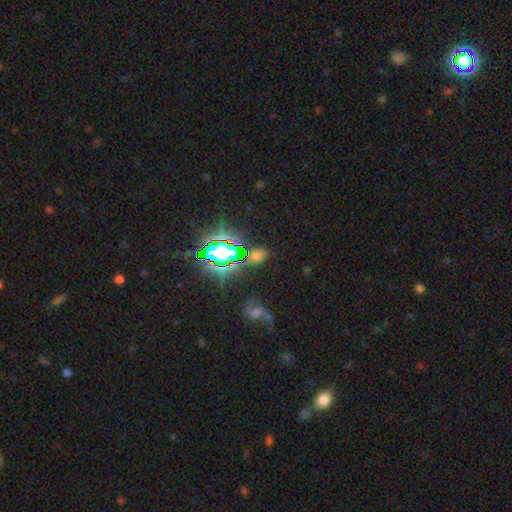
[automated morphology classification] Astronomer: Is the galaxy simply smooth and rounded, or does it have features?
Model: star or artifact — 46% (runner-up: smooth, 41%).